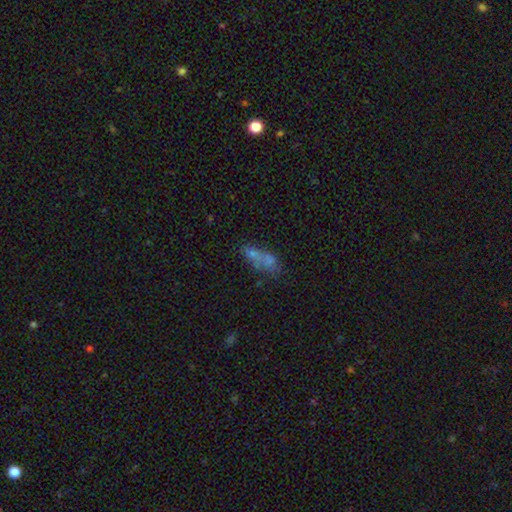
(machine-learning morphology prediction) Smooth or featured?
  - smooth: 55% *
  - featured or disk: 28%
  - star or artifact: 17%
How rounded?
  - in between: 67% *
  - cigar-shaped: 21%
  - round: 12%
Merging?
  - merger: 44% *
  - none: 28%
  - major disturbance: 14%
  - minor disturbance: 14%